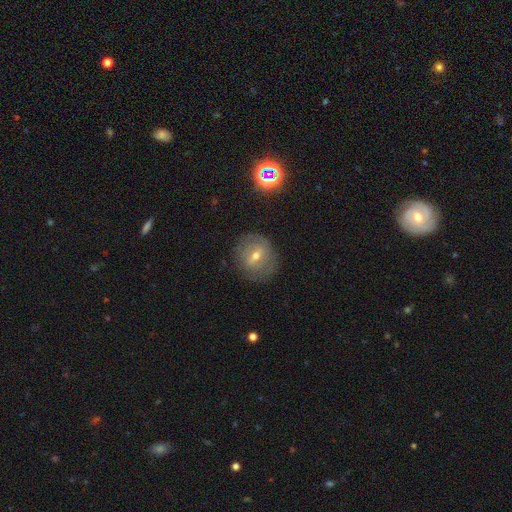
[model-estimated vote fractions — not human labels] Q: Smooth or featured?
A: featured or disk (57%); runner-up: smooth (31%)
Q: Edge-on disk?
A: no (93%); runner-up: yes (7%)
Q: Bar?
A: weak (51%); runner-up: strong (28%)
Q: Spiral arms?
A: yes (57%); runner-up: no (43%)
Q: Bulge size?
A: moderate (58%); runner-up: small (37%)
Q: Merging?
A: none (78%); runner-up: minor disturbance (14%)